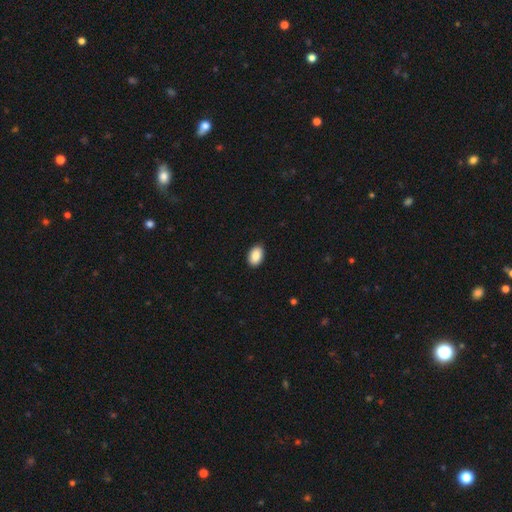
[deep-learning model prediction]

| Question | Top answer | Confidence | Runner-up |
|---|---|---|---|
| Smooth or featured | smooth | 90% | star or artifact (7%) |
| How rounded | in between | 91% | round (8%) |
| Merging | none | 90% | minor disturbance (8%) |